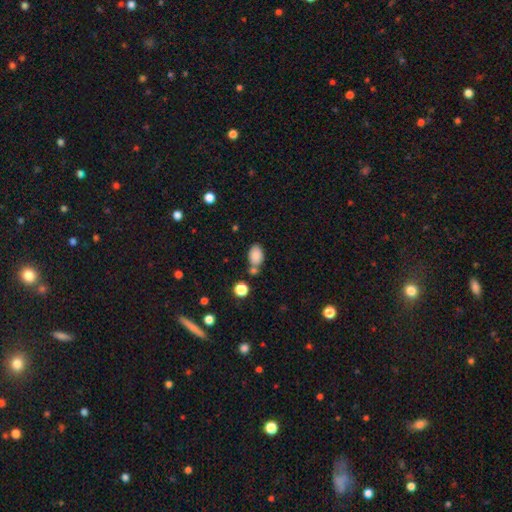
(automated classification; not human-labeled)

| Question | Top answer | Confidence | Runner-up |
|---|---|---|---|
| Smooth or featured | smooth | 85% | star or artifact (9%) |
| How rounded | in between | 84% | round (15%) |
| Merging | none | 60% | merger (21%) |